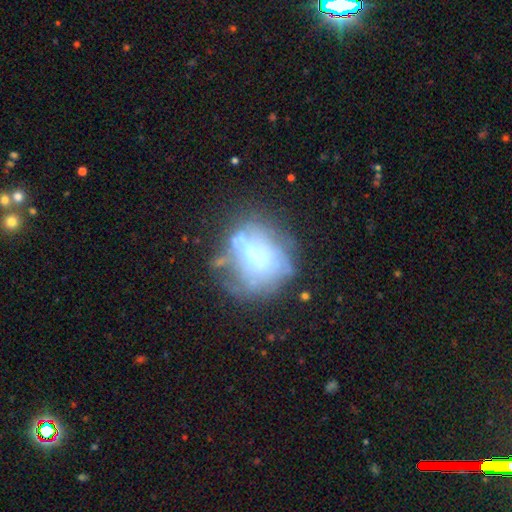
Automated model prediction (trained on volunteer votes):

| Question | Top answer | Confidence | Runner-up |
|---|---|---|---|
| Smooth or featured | featured or disk | 55% | smooth (33%) |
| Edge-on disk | no | 94% | yes (6%) |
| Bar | no | 45% | weak (34%) |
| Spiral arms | no | 74% | yes (26%) |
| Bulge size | moderate | 48% | small (20%) |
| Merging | none | 44% | major disturbance (24%) |